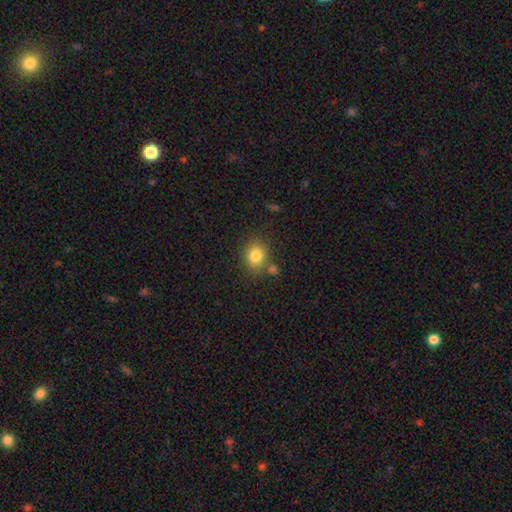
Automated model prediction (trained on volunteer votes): A smooth galaxy with no disk features (82%) that is round (66%).

Vote fractions:
- Smooth or featured? smooth: 82% / star or artifact: 11% / featured or disk: 7%
- How rounded? round: 66% / in between: 33% / cigar-shaped: 1%
- Merging? none: 71% / minor disturbance: 13% / merger: 12% / major disturbance: 4%